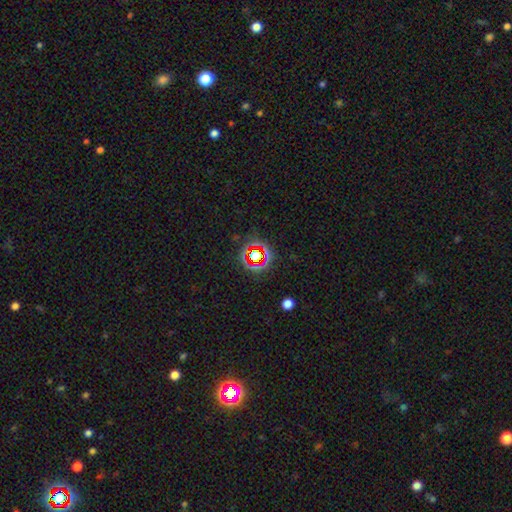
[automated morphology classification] Smooth or featured?
  - star or artifact: 71% *
  - smooth: 18%
  - featured or disk: 12%